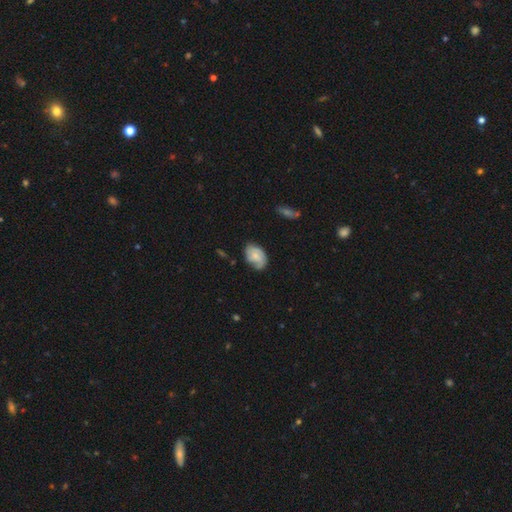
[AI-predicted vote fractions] Smooth or featured? featured or disk (48%)
Merging? none (58%)